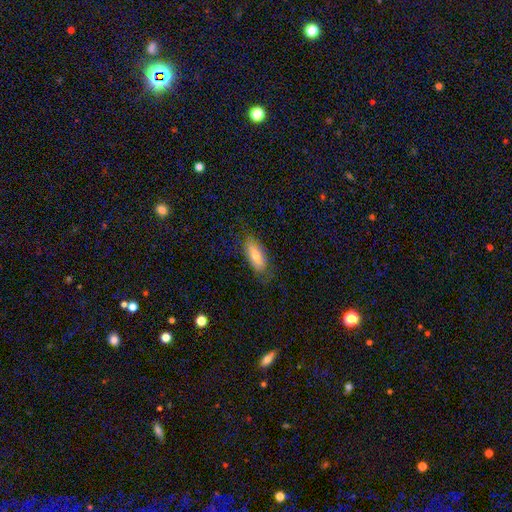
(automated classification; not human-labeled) smooth 64%, featured or disk 29%, star or artifact 7%. Down the decision tree: how rounded — in between (76%); merging — none (75%).